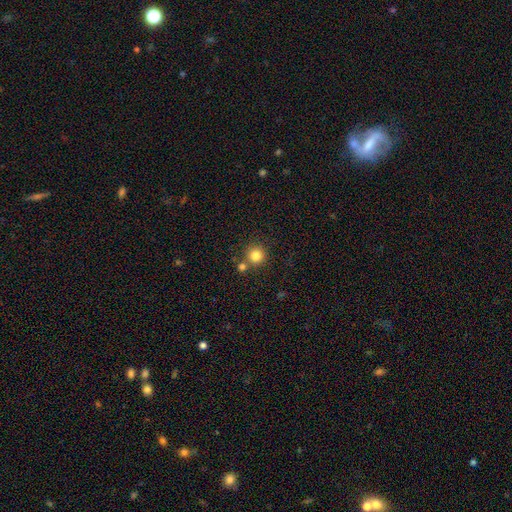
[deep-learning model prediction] Smooth or featured? smooth (82%)
How rounded? round (94%)
Merging? none (74%)